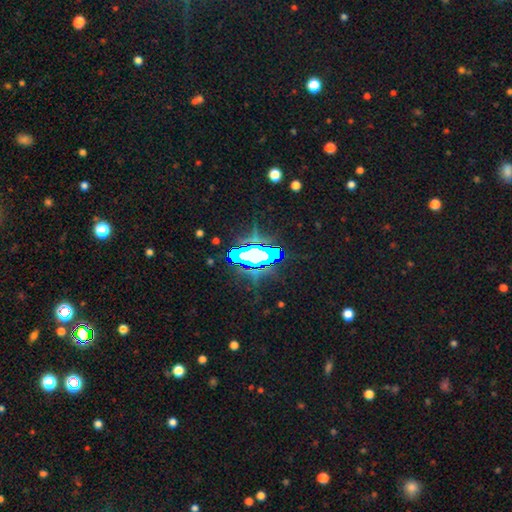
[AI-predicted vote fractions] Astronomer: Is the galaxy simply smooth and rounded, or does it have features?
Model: star or artifact — 69%.